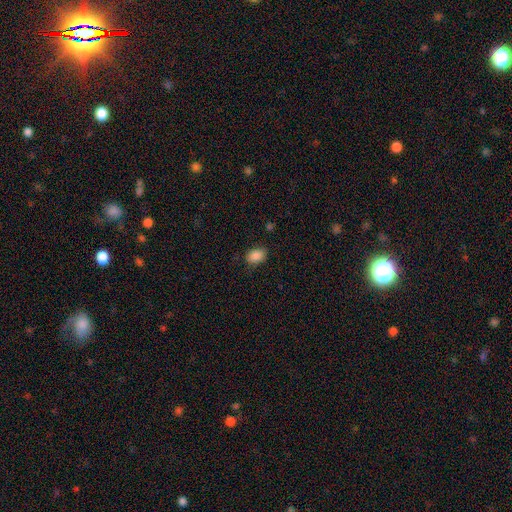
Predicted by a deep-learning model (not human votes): This is clearly a smooth galaxy (87%). How rounded: likely in between (77%). Merging: clearly none (82%).